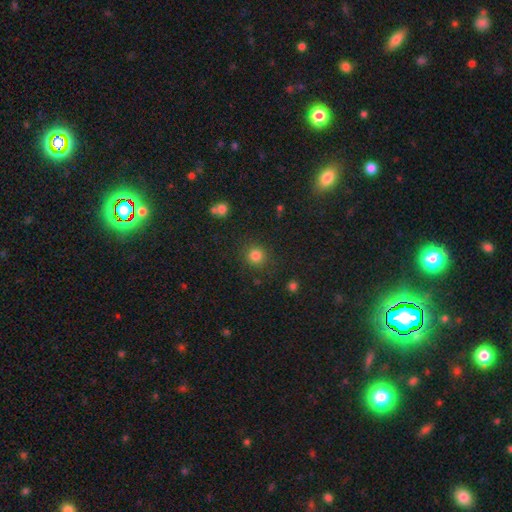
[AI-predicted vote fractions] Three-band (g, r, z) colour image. It shows a smooth galaxy with no disk features (82%) that is round (92%). Merging: none (87%).